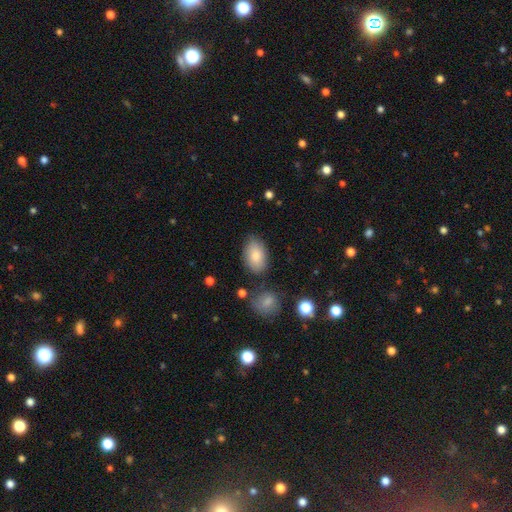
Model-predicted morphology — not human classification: Smooth or featured? Predicted: smooth (p=0.82). How rounded? Predicted: in between (p=0.90). Merging? Predicted: none (p=0.76).